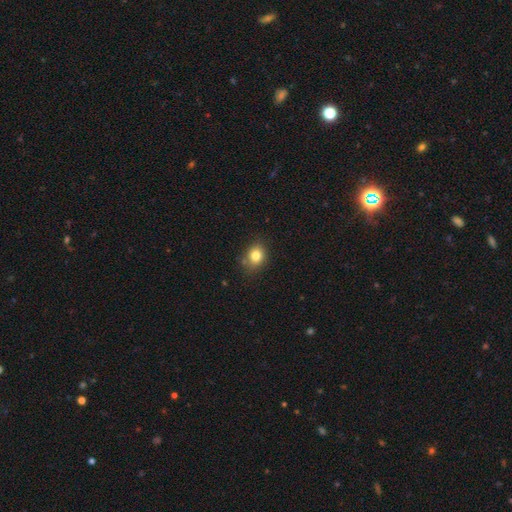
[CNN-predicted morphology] Smooth or featured?
  - smooth: 81% *
  - star or artifact: 12%
  - featured or disk: 7%
How rounded?
  - round: 59% *
  - in between: 40%
  - cigar-shaped: 1%
Merging?
  - none: 78% *
  - minor disturbance: 15%
  - merger: 3%
  - major disturbance: 3%